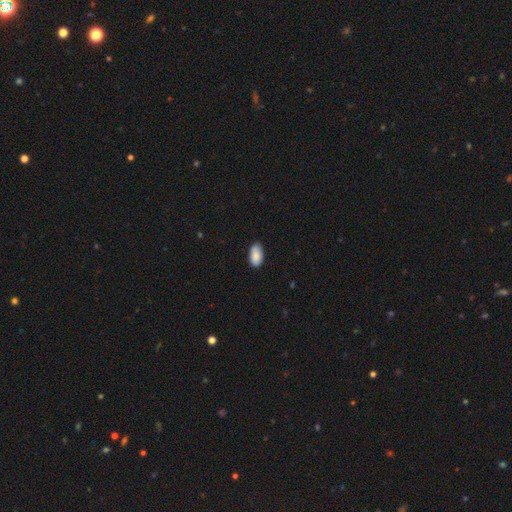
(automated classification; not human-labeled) smooth 89%, star or artifact 6%, featured or disk 5%. Down the decision tree: how rounded — in between (95%); merging — none (85%).